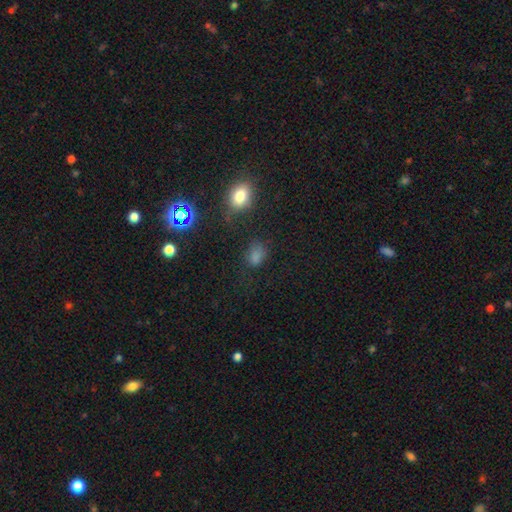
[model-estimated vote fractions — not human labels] Morphology: type=smooth (61%); roundness=in between (59%); merging=none (67%).